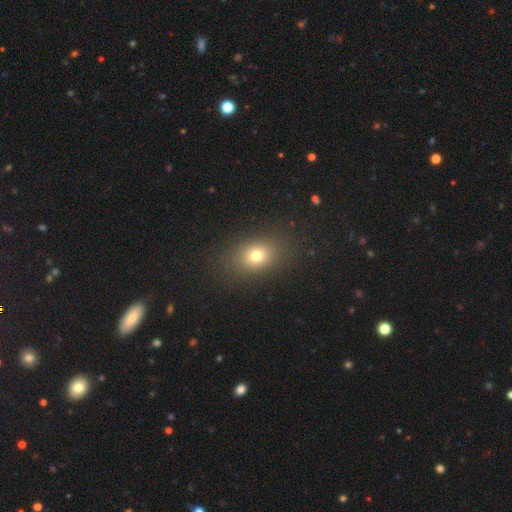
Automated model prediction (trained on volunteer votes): The model was most divided on "how rounded": in between: 61%, round: 37%, cigar-shaped: 1%. More confident: merging — none (84%); smooth or featured — smooth (74%).